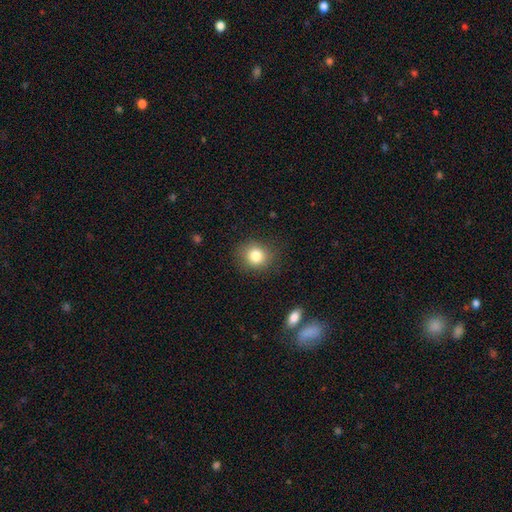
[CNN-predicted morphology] type=smooth (82%); roundness=round (80%); merging=none (84%).